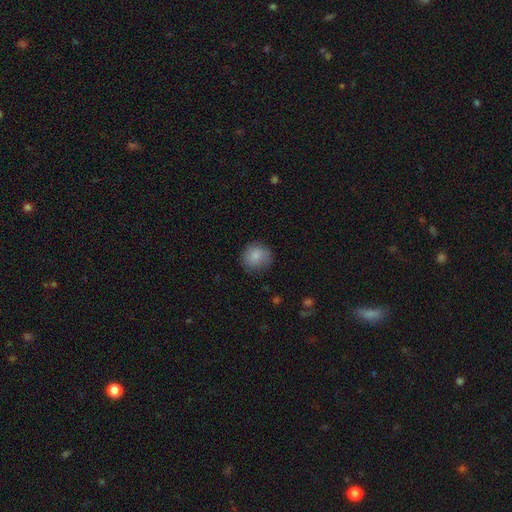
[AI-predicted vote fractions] smooth_or_featured: smooth (p=0.85) [alt: star or artifact p=0.08]
how_rounded: round (p=0.84) [alt: in between p=0.15]
merging: none (p=0.80) [alt: minor disturbance p=0.15]